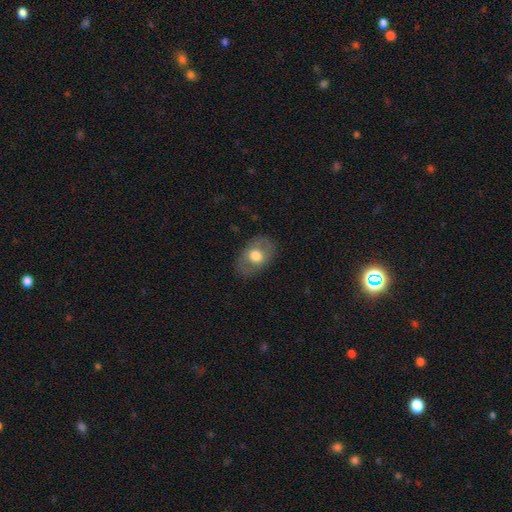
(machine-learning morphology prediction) smooth 58%, featured or disk 35%, star or artifact 7%. Down the decision tree: how rounded — in between (78%); merging — none (80%).